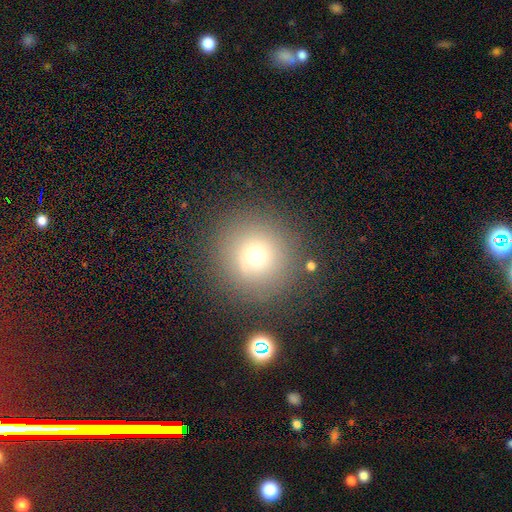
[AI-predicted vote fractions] A smooth galaxy with no disk features (67%) that is round (95%).

Vote fractions:
- Smooth or featured? smooth: 67% / star or artifact: 19% / featured or disk: 13%
- How rounded? round: 95% / in between: 4% / cigar-shaped: 1%
- Merging? none: 82% / minor disturbance: 9% / major disturbance: 5% / merger: 4%